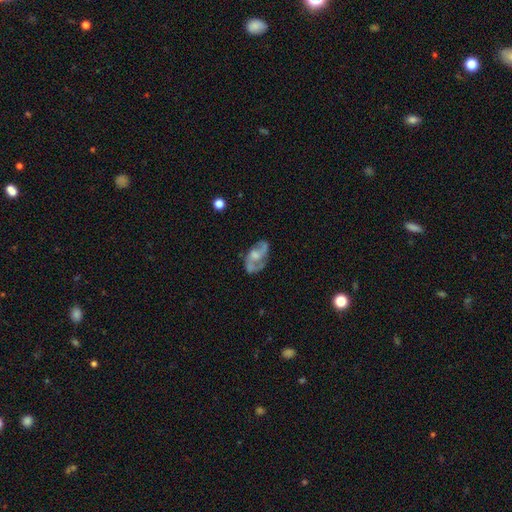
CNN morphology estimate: This is likely a featured or disk galaxy (71%). It is clearly not viewed edge-on (96%). Bar: likely no (64%). Spiral arm pattern: likely yes (78%). Spiral arm count: likely 2 (69%). Spiral winding: possibly medium (46%). Central bulge: marginally moderate (40%). Merging: possibly none (57%).